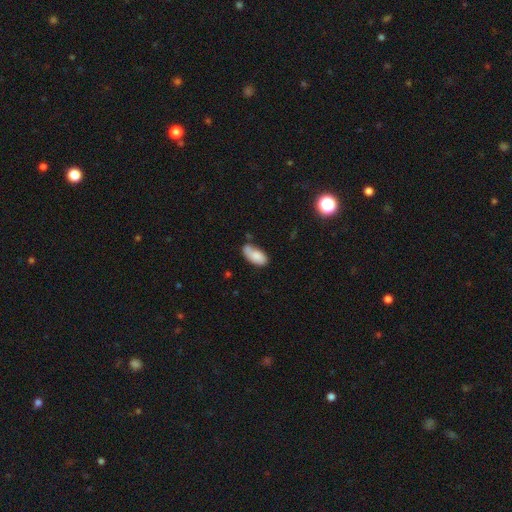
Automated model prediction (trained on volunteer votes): Overall: smooth (80%). How rounded: in between (92%). Merging: none (50%; minor disturbance 28%).